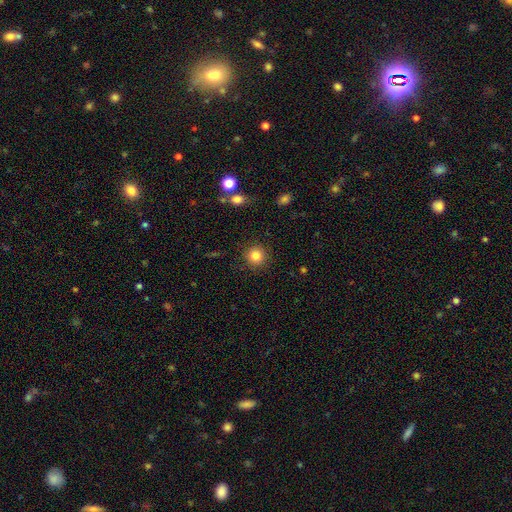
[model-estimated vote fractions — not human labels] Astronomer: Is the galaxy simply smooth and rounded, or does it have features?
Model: smooth — 83%.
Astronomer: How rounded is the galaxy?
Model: round — 93%.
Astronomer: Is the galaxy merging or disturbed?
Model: none — 90%.